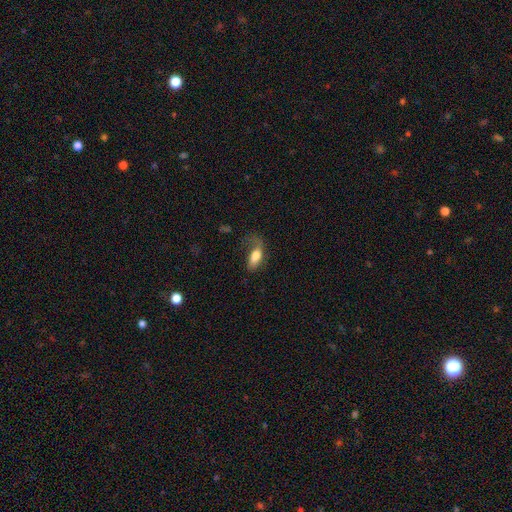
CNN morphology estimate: Smooth or featured?
  - smooth: 72% *
  - featured or disk: 21%
  - star or artifact: 7%
How rounded?
  - in between: 84% *
  - cigar-shaped: 11%
  - round: 5%
Merging?
  - major disturbance: 42% *
  - none: 29%
  - minor disturbance: 25%
  - merger: 3%